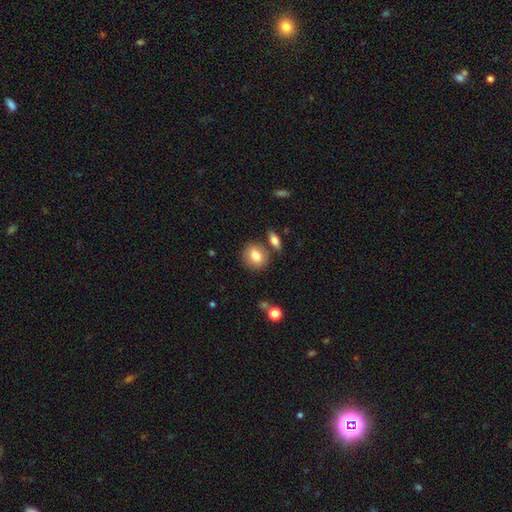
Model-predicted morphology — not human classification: This is clearly a smooth galaxy (81%). How rounded: likely round (60%). Merging: likely none (76%).